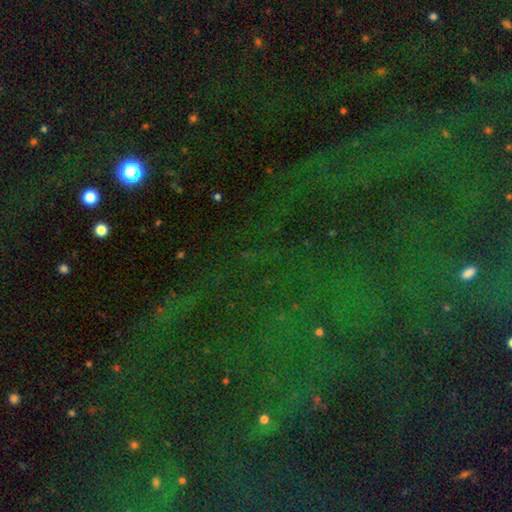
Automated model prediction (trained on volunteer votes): Smooth or featured: star or artifact — 78% (smooth — 12%)